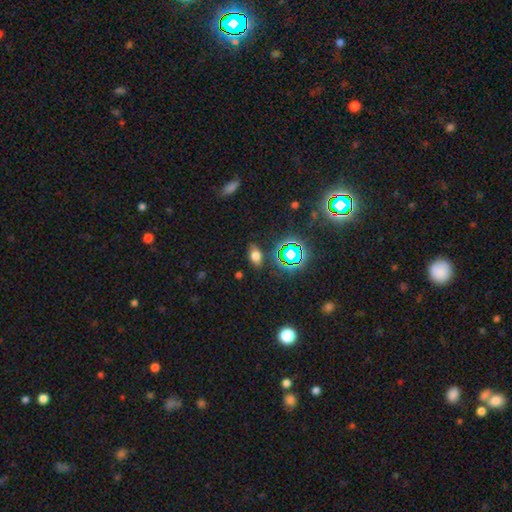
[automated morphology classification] This appears to be a smooth galaxy with no disk features (63%) that is in between round and cigar-shaped (85%). Merging: none (81%).